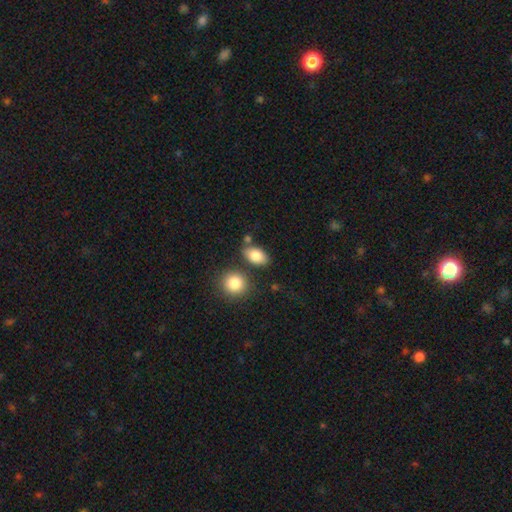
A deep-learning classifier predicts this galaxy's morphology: smooth_or_featured: smooth (p=0.84) [alt: featured or disk p=0.08]
how_rounded: in between (p=0.87) [alt: round p=0.10]
merging: none (p=0.73) [alt: minor disturbance p=0.12]